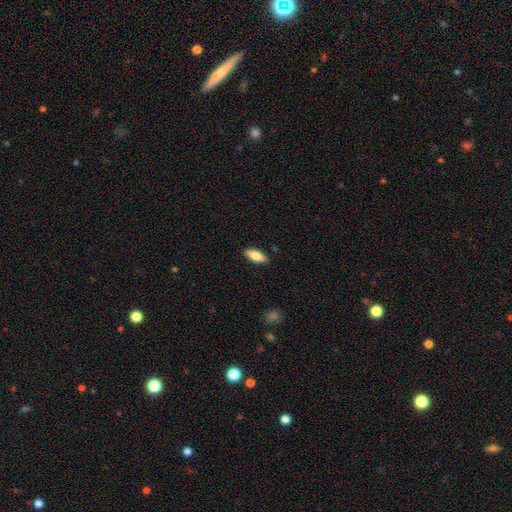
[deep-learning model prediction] smooth-or-featured: smooth: 74% | featured or disk: 20% | star or artifact: 6%
  how-rounded: in between: 77% | cigar-shaped: 20% | round: 2%
  merging: none: 88% | minor disturbance: 9% | major disturbance: 2% | merger: 1%